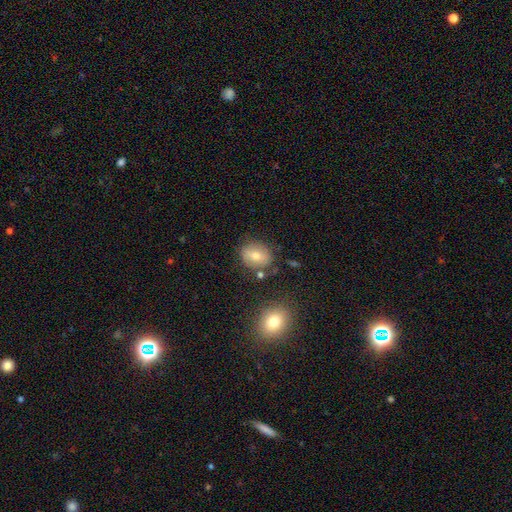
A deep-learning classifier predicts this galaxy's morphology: Smooth or featured? Predicted: smooth (p=0.67). How rounded? Predicted: round (p=0.52). Merging? Predicted: none (p=0.75).